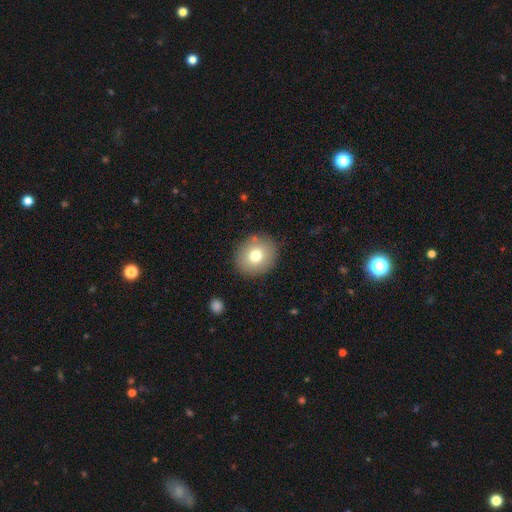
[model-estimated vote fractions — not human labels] Smooth or featured? Predicted: smooth (p=0.74). How rounded? Predicted: round (p=0.80). Merging? Predicted: none (p=0.87).